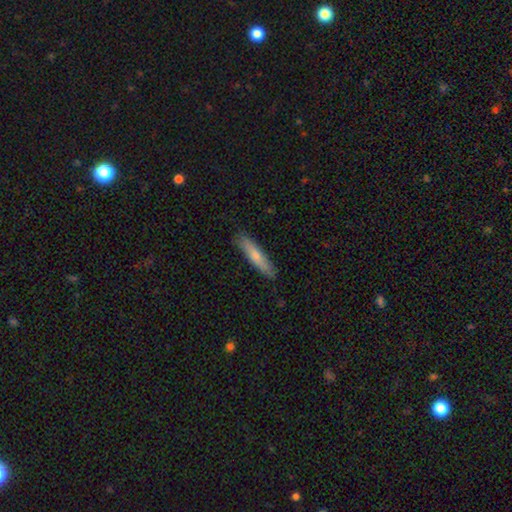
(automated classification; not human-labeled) Smooth or featured?
  - smooth: 69% *
  - featured or disk: 26%
  - star or artifact: 5%
How rounded?
  - cigar-shaped: 86% *
  - in between: 13%
  - round: 2%
Merging?
  - none: 86% *
  - minor disturbance: 11%
  - major disturbance: 2%
  - merger: 1%